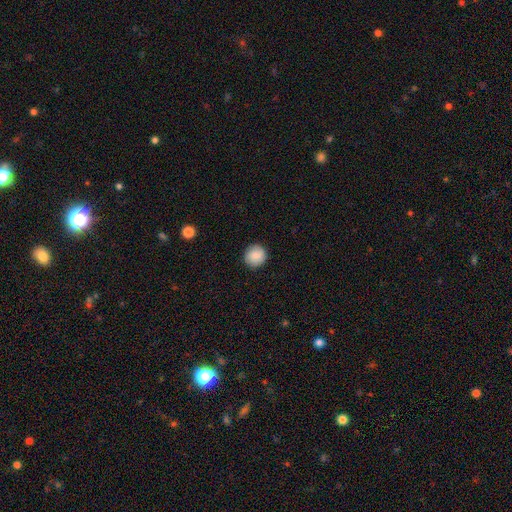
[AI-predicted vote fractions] Overall: smooth (86%). How rounded: round (93%). Merging: none (90%).